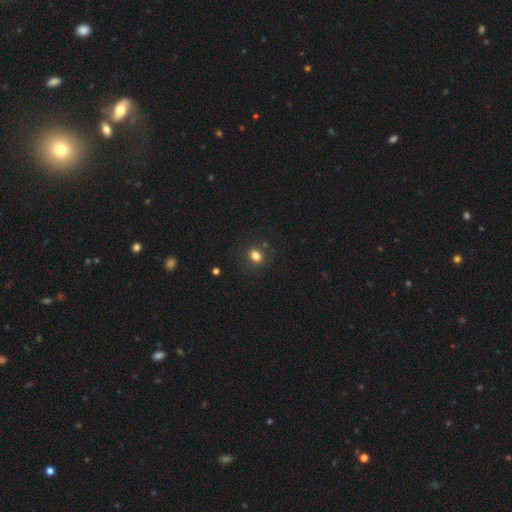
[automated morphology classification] smooth-or-featured: smooth: 81% | star or artifact: 13% | featured or disk: 6%
  how-rounded: round: 52% | in between: 47% | cigar-shaped: 1%
  merging: none: 83% | minor disturbance: 11% | merger: 3% | major disturbance: 3%